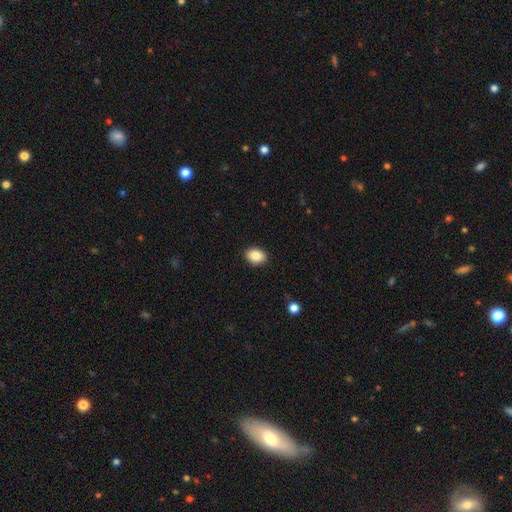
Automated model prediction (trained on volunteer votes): Smooth or featured?
  - smooth: 87% *
  - star or artifact: 8%
  - featured or disk: 5%
How rounded?
  - in between: 71% *
  - round: 28%
  - cigar-shaped: 1%
Merging?
  - none: 90% *
  - minor disturbance: 7%
  - major disturbance: 2%
  - merger: 1%